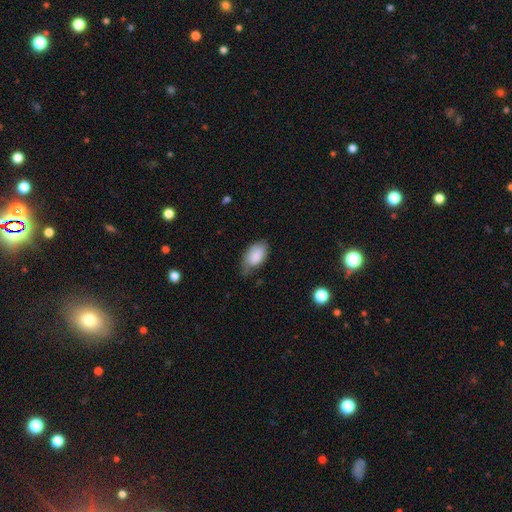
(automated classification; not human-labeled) Smooth or featured? Predicted: smooth (p=0.84). How rounded? Predicted: in between (p=0.93). Merging? Predicted: none (p=0.50).